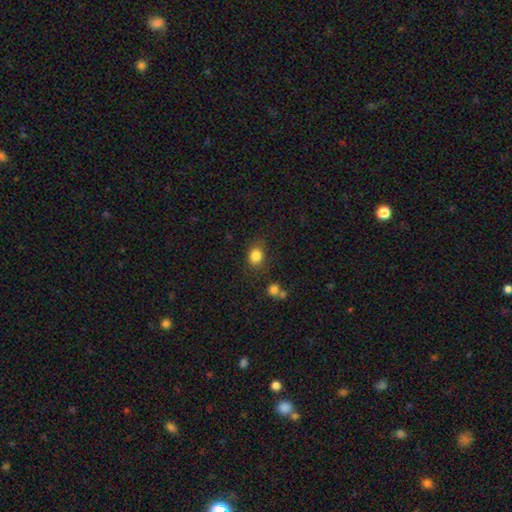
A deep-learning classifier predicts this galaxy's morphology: Overall: smooth (84%). How rounded: round (61%; in between 38%). Merging: none (77%).